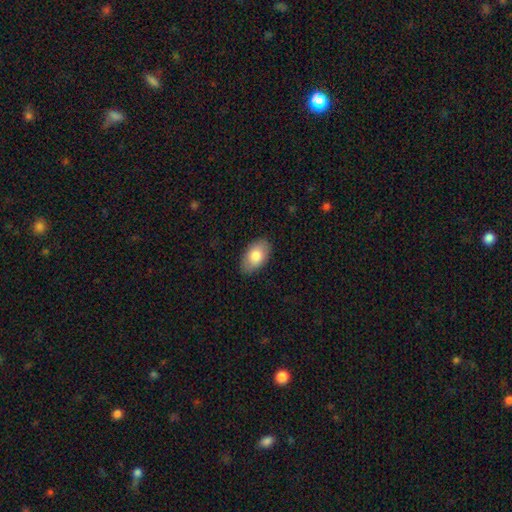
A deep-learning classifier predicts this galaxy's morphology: Smooth or featured? Predicted: smooth (p=0.82). How rounded? Predicted: in between (p=0.93). Merging? Predicted: none (p=0.86).